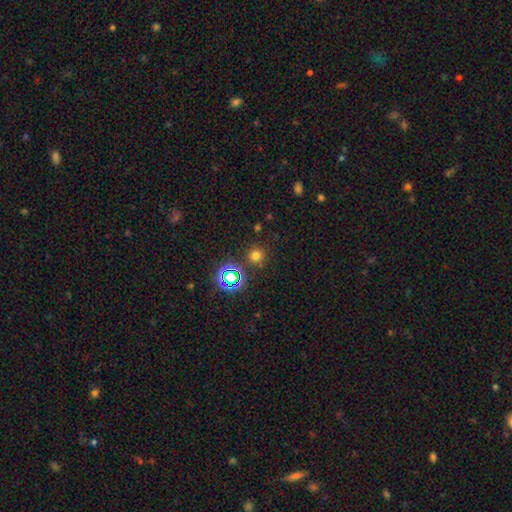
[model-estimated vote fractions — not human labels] This appears to be a smooth galaxy with no disk features (67%) that is round (92%). Merging: none (85%).